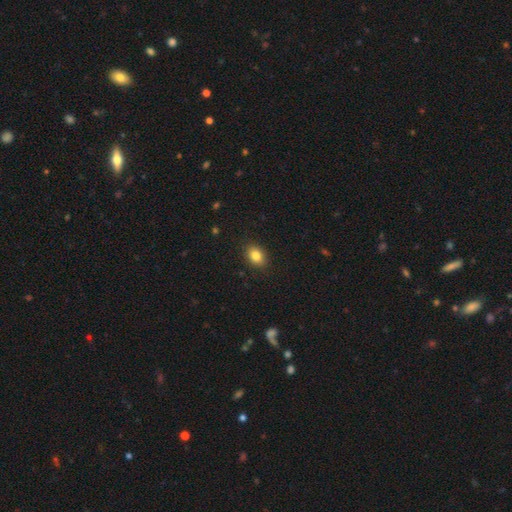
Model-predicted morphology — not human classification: A smooth galaxy with no disk features (84%) that is in between round and cigar-shaped (73%).

Vote fractions:
- Smooth or featured? smooth: 84% / star or artifact: 9% / featured or disk: 6%
- How rounded? in between: 73% / round: 26% / cigar-shaped: 1%
- Merging? none: 88% / minor disturbance: 9% / major disturbance: 2% / merger: 1%